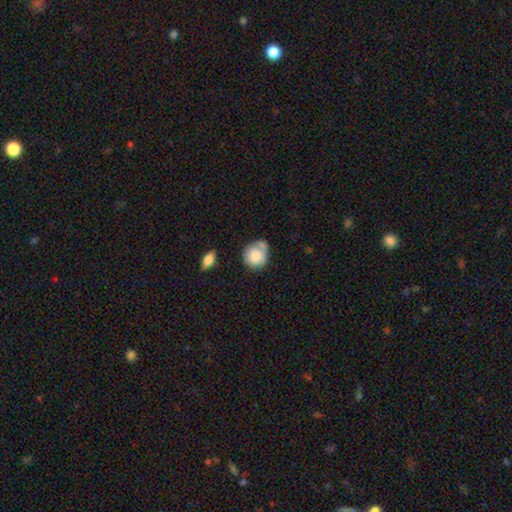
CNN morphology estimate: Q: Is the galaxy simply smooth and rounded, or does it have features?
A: smooth — 81%.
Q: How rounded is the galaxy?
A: round — 84%.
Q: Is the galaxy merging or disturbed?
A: none — 48%.